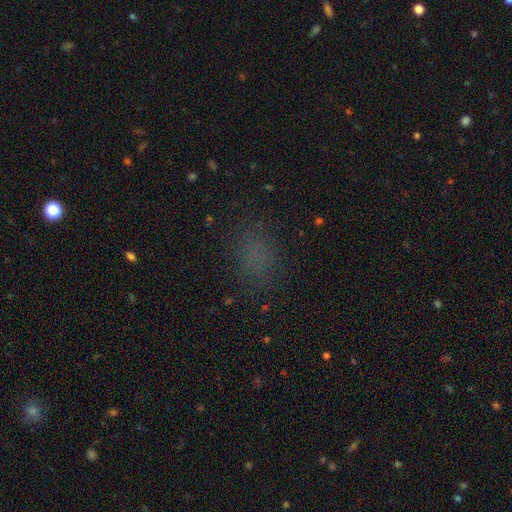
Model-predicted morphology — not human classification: Q: Smooth or featured?
A: smooth (68%); runner-up: star or artifact (25%)
Q: How rounded?
A: in between (65%); runner-up: round (33%)
Q: Merging?
A: none (80%); runner-up: minor disturbance (13%)